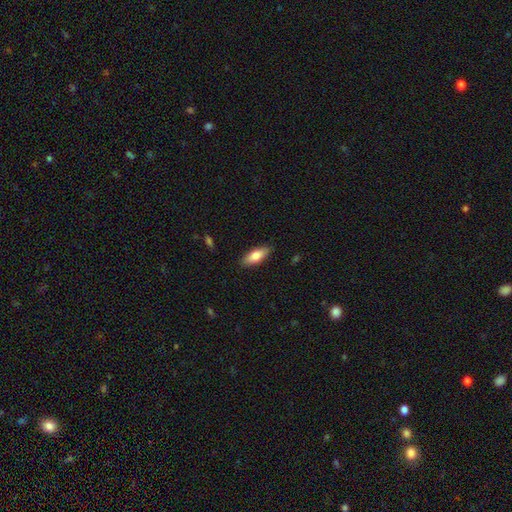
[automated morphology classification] smooth-or-featured: smooth: 79% | featured or disk: 15% | star or artifact: 6%
  how-rounded: in between: 75% | cigar-shaped: 23% | round: 2%
  merging: none: 87% | minor disturbance: 10% | major disturbance: 2% | merger: 1%